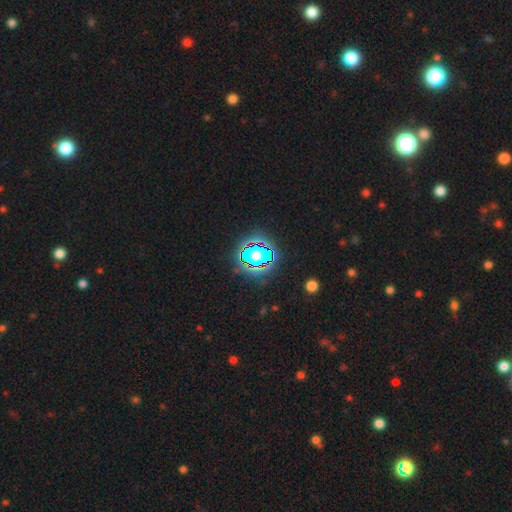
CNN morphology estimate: Smooth or featured: star or artifact — 60% (smooth — 26%)